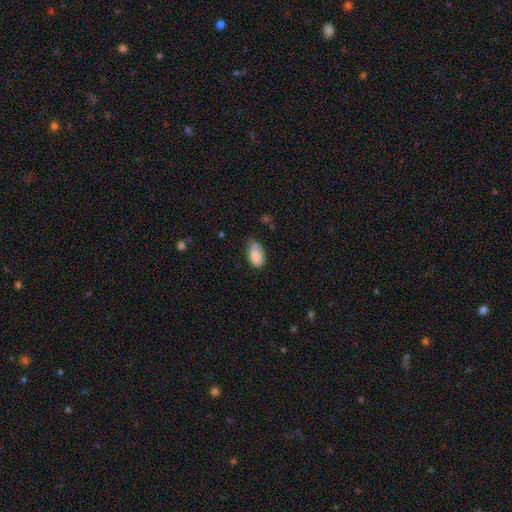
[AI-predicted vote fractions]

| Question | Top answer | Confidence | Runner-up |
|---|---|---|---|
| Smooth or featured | smooth | 81% | featured or disk (12%) |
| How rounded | in between | 93% | round (6%) |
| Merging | none | 49% | minor disturbance (39%) |